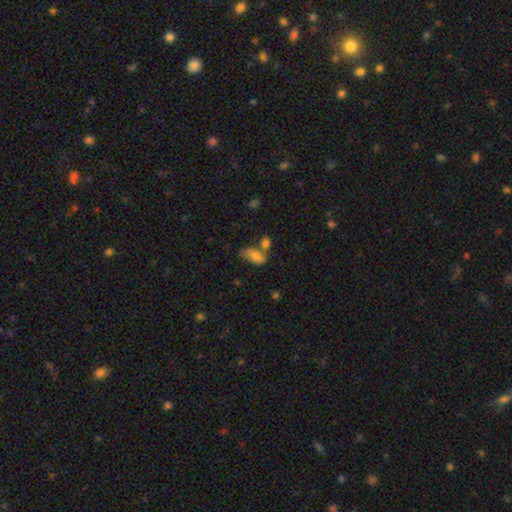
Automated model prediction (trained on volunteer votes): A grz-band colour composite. It shows a smooth galaxy with no disk features (70%) that is in between round and cigar-shaped (89%). Merging: merger (38%).